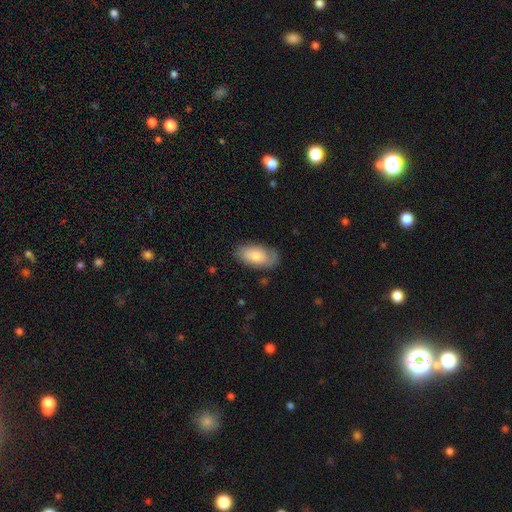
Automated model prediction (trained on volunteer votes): smooth-or-featured: smooth: 69% | featured or disk: 24% | star or artifact: 6%
  how-rounded: in between: 94% | round: 4% | cigar-shaped: 3%
  merging: none: 75% | minor disturbance: 19% | major disturbance: 5% | merger: 1%